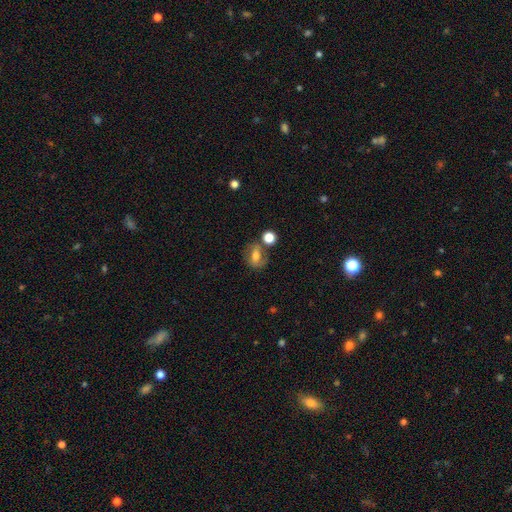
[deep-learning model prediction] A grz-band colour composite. It shows a smooth galaxy with no disk features (55%) that is in between round and cigar-shaped (62%). Merging: none (55%).